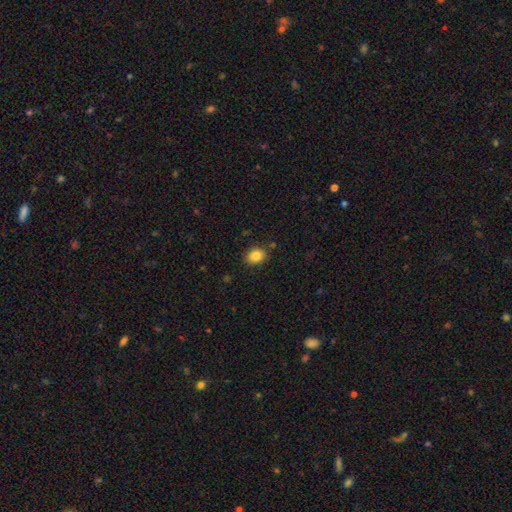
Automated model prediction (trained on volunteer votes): Morphology: type=smooth (86%); roundness=in between (60%); merging=none (85%).